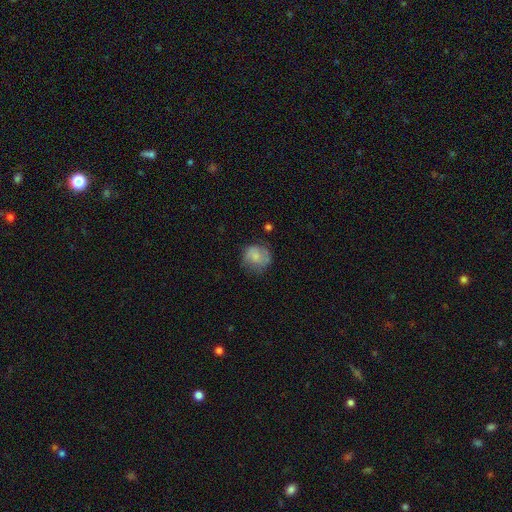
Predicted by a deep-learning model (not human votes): smooth-or-featured: smooth: 71% | featured or disk: 20% | star or artifact: 9%
  how-rounded: round: 83% | in between: 16% | cigar-shaped: 1%
  merging: none: 61% | minor disturbance: 25% | major disturbance: 11% | merger: 2%